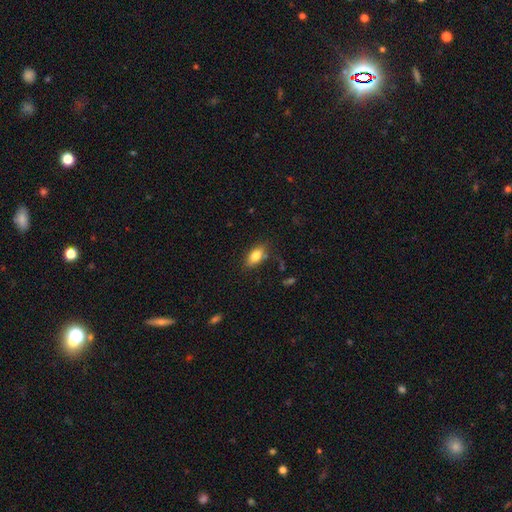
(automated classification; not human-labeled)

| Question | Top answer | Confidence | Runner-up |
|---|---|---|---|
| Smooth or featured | smooth | 81% | featured or disk (10%) |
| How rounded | in between | 87% | cigar-shaped (7%) |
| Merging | none | 77% | minor disturbance (16%) |